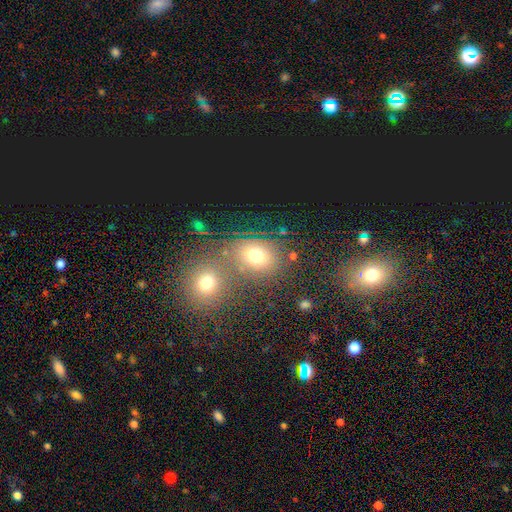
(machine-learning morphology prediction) type=smooth (66%); roundness=round (59%); merging=none (51%).